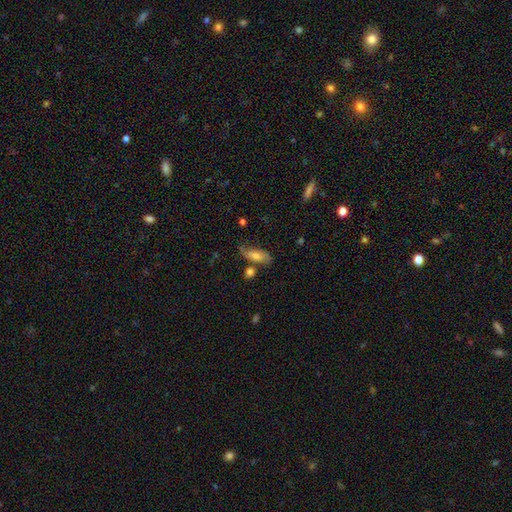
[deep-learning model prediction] Smooth or featured?
  - smooth: 46% *
  - featured or disk: 44%
  - star or artifact: 10%
Merging?
  - none: 58% *
  - minor disturbance: 23%
  - major disturbance: 10%
  - merger: 9%